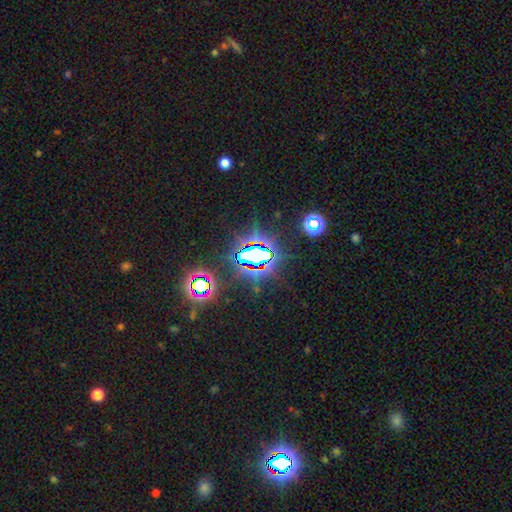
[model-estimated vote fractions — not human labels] smooth_or_featured: star or artifact (p=0.73) [alt: smooth p=0.15]